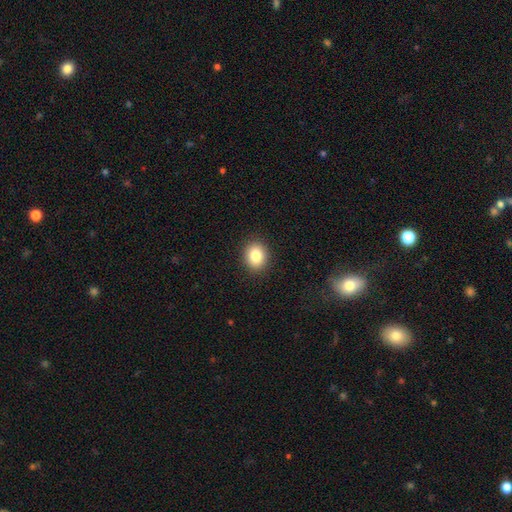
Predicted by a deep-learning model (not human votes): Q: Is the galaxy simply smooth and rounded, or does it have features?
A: smooth — 84%.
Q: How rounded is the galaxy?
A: round — 62%.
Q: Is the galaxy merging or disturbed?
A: none — 91%.